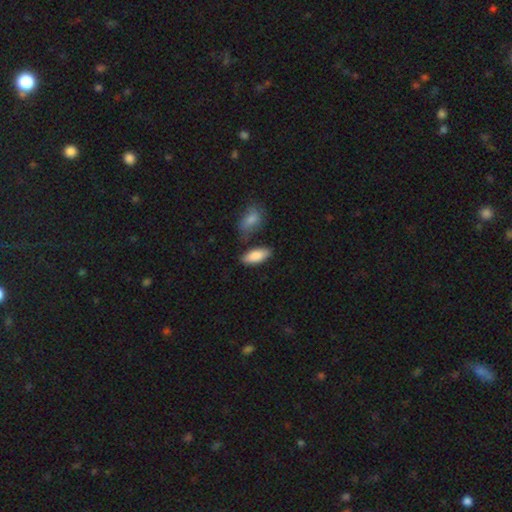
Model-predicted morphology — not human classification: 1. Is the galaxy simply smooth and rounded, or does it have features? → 87% smooth, 7% featured or disk, 6% star or artifact.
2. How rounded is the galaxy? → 86% in between, 12% cigar-shaped, 2% round.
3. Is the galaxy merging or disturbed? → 72% none, 16% minor disturbance, 9% merger, 4% major disturbance.